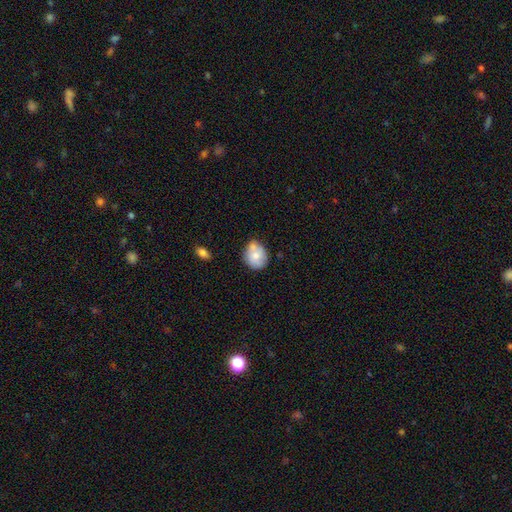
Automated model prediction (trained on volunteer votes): A smooth galaxy with no disk features (71%) that is round (59%). Merging: none (58%).